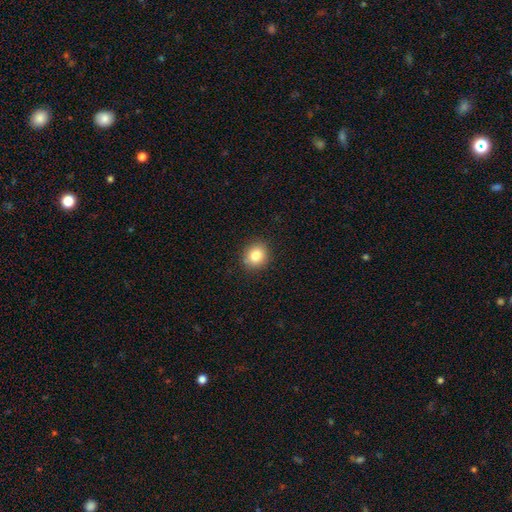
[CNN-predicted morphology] smooth-or-featured: smooth: 82% | star or artifact: 11% | featured or disk: 7%
  how-rounded: round: 82% | in between: 17% | cigar-shaped: 1%
  merging: none: 89% | minor disturbance: 8% | major disturbance: 2% | merger: 1%